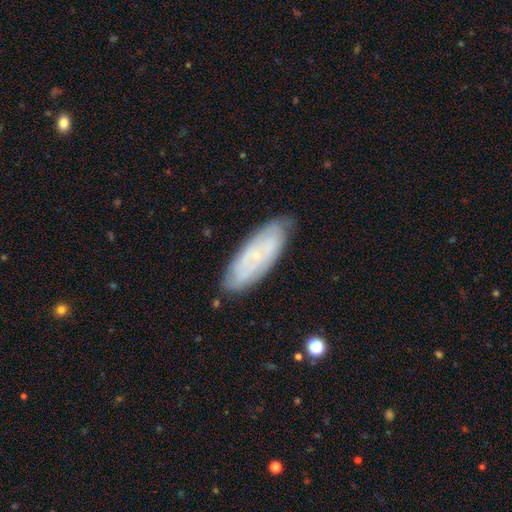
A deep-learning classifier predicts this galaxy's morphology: Smooth or featured? featured or disk (58%)
Edge-on disk? no (85%)
Merging? none (79%)